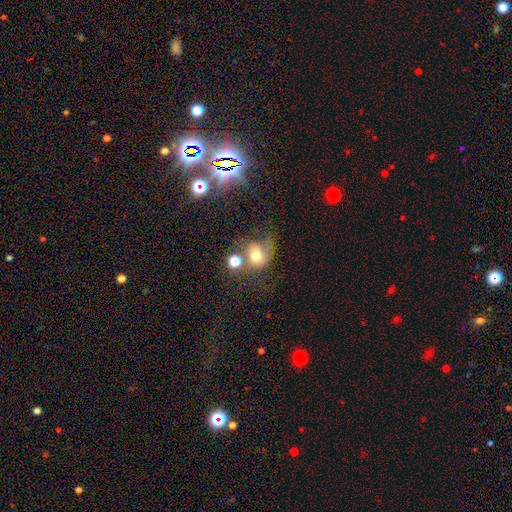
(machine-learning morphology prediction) This appears to be a smooth galaxy with no disk features (57%) that is round (64%). Merging: none (29%, tied with merger).